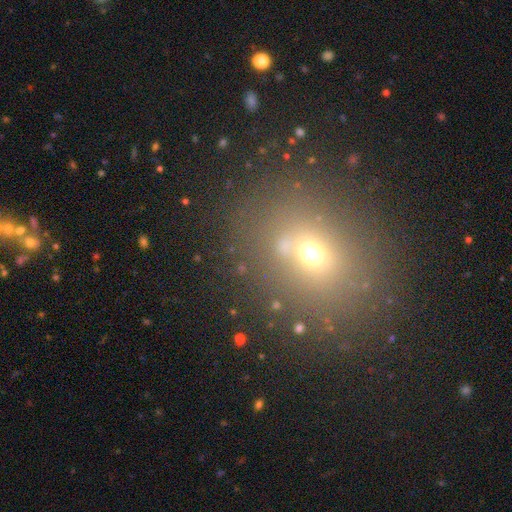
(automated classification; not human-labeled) Q: Smooth or featured?
A: smooth (54%); runner-up: star or artifact (32%)
Q: How rounded?
A: round (56%); runner-up: in between (42%)
Q: Merging?
A: none (77%); runner-up: minor disturbance (10%)